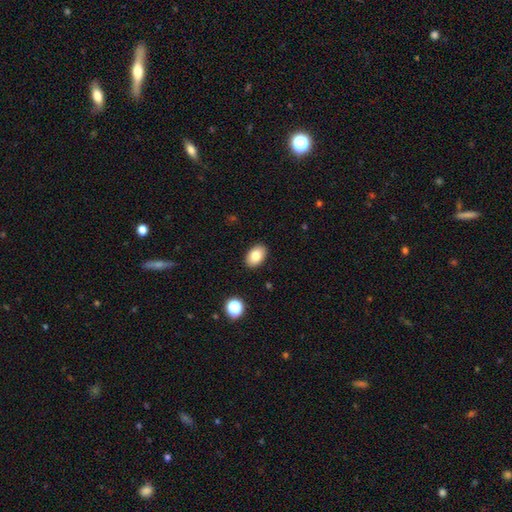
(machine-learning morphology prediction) Q: Smooth or featured?
A: smooth (82%); runner-up: featured or disk (9%)
Q: How rounded?
A: in between (86%); runner-up: round (13%)
Q: Merging?
A: none (90%); runner-up: minor disturbance (7%)